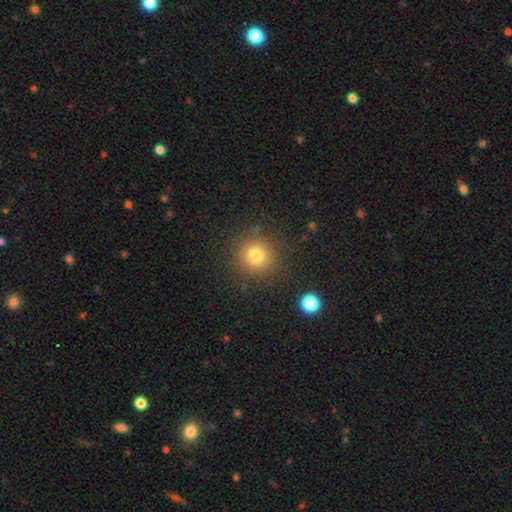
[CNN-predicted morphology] Smooth or featured? Predicted: smooth (p=0.77). How rounded? Predicted: round (p=0.92). Merging? Predicted: none (p=0.87).